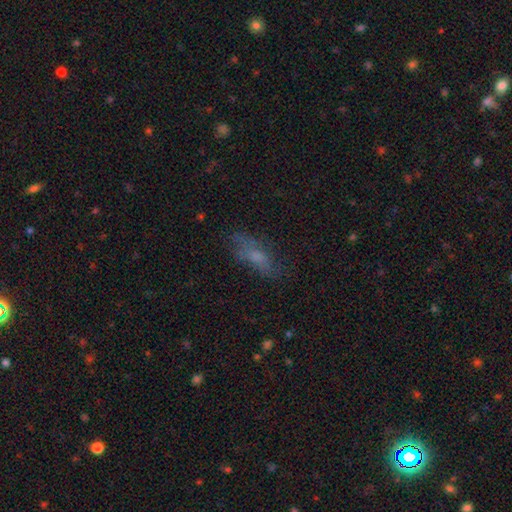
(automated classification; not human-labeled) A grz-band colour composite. It shows a smooth galaxy with no disk features (54%) that is in between round and cigar-shaped (61%). Merging: none (61%).